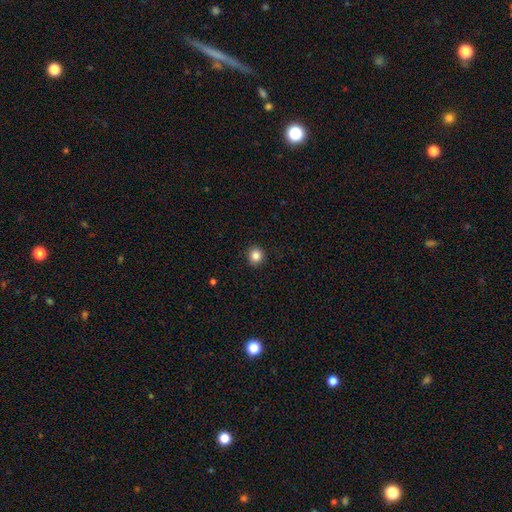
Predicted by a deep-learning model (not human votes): Morphology: type=smooth (85%); roundness=round (91%); merging=none (92%).